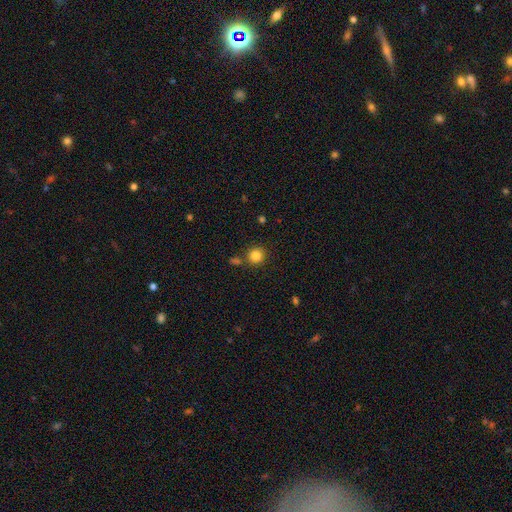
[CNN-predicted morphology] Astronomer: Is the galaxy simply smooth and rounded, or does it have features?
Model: smooth — 83%.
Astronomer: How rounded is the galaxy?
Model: round — 92%.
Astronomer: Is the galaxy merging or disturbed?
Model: none — 81%.